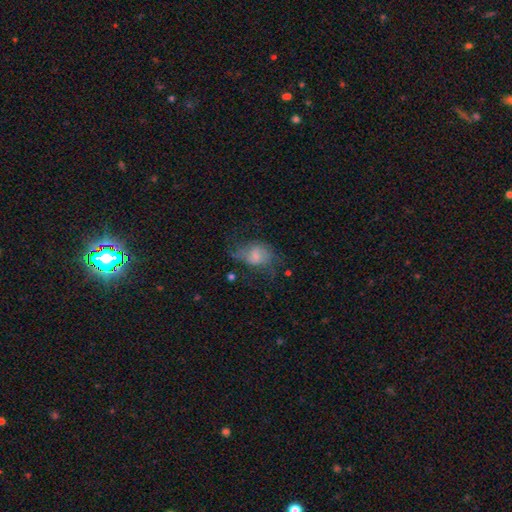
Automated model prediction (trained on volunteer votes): Overall: smooth (45%; featured or disk 43%). Merging: major disturbance (37%; none 35%).